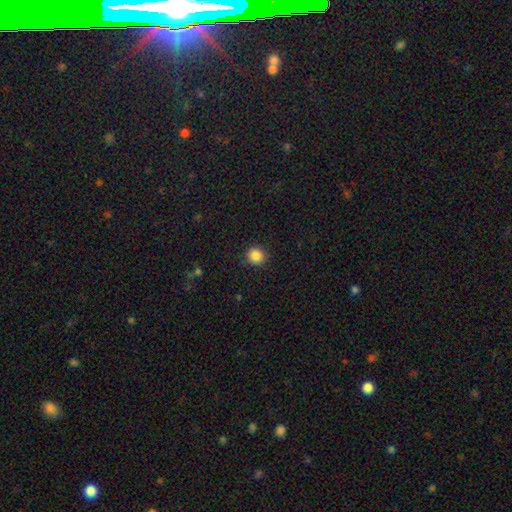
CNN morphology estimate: smooth_or_featured: smooth (p=0.86) [alt: star or artifact p=0.10]
how_rounded: round (p=0.90) [alt: in between p=0.09]
merging: none (p=0.90) [alt: minor disturbance p=0.07]